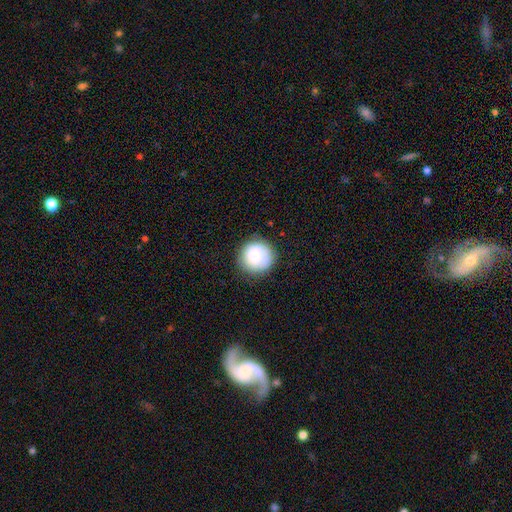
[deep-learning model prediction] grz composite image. It shows a smooth galaxy with no disk features (77%) that is round (94%). Merging: none (77%).